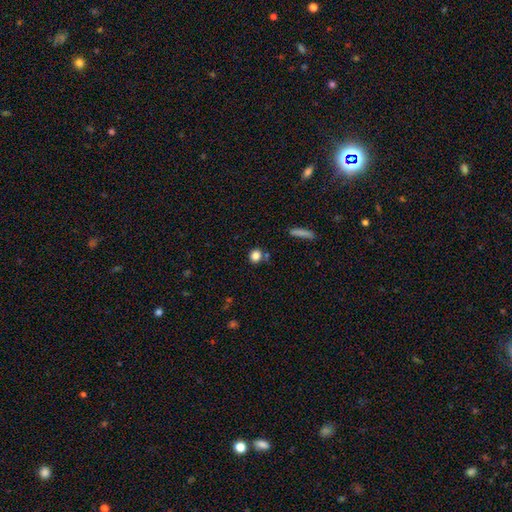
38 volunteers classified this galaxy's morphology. A smooth galaxy with no disk features (95%) that is round (81%). Merging: none (67%).